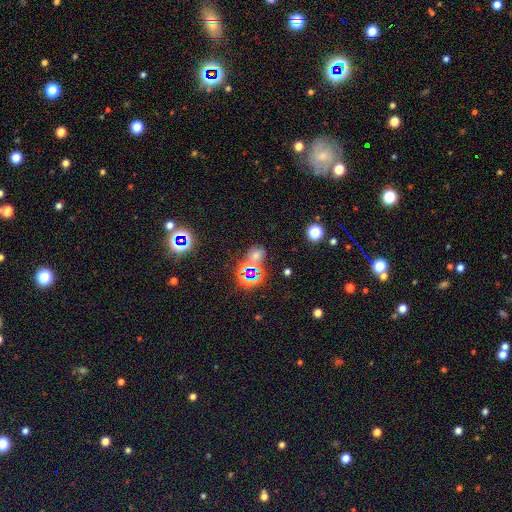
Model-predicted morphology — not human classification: Smooth or featured? star or artifact (48%)